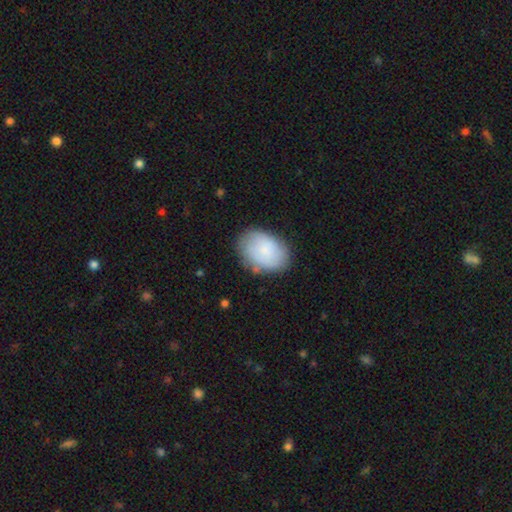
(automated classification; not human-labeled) smooth-or-featured: smooth: 78% | featured or disk: 15% | star or artifact: 7%
  how-rounded: in between: 81% | round: 18% | cigar-shaped: 1%
  merging: none: 76% | minor disturbance: 18% | major disturbance: 5% | merger: 2%